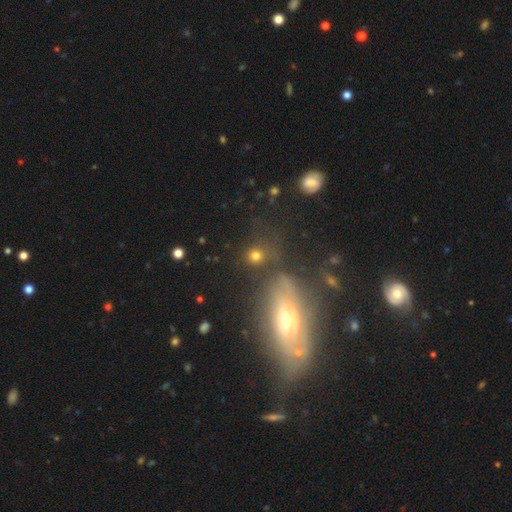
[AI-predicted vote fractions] A smooth galaxy with no disk features (71%) that is round (84%). Merging: none (70%).